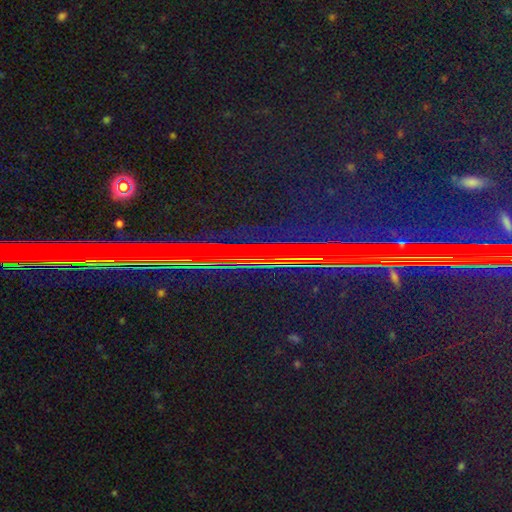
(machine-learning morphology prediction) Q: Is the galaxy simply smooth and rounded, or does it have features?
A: star or artifact — 85%.